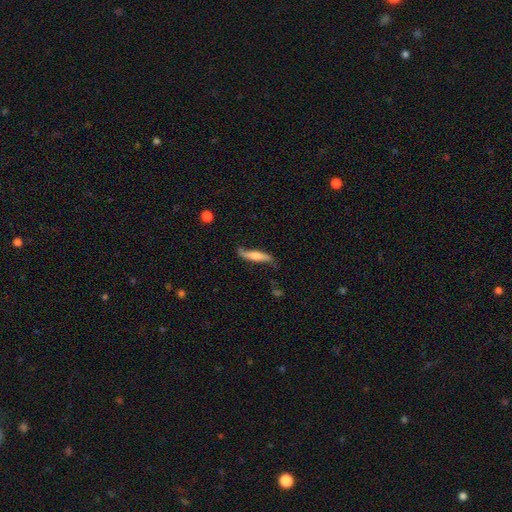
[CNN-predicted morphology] smooth 52%, featured or disk 42%, star or artifact 6%. Down the decision tree: how rounded — cigar-shaped (81%); merging — none (62%).